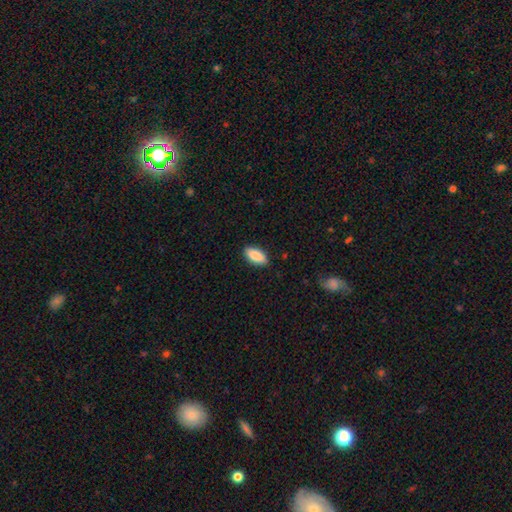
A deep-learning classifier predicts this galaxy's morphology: The model was most divided on "merging": none: 88%, minor disturbance: 9%, major disturbance: 2%, merger: 1%. More confident: how rounded — in between (90%); smooth or featured — smooth (88%).